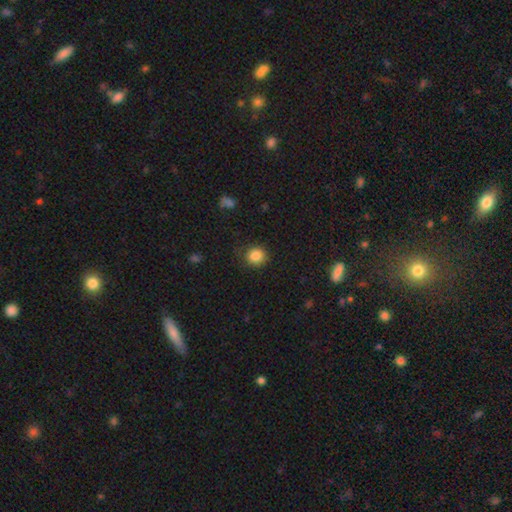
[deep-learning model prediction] A smooth galaxy with no disk features (85%) that is round (87%). Merging: none (85%).